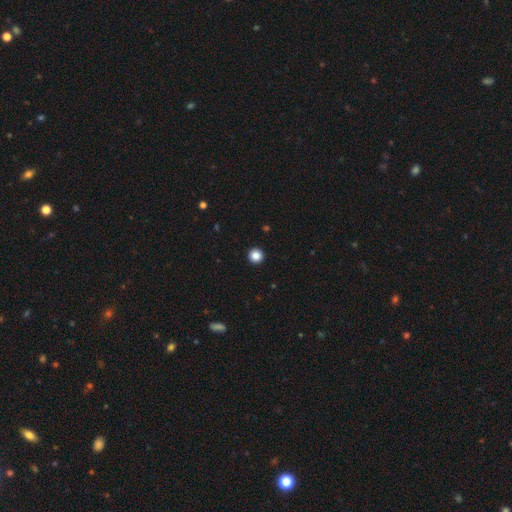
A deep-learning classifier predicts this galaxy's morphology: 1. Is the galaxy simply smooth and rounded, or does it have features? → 86% smooth, 11% star or artifact, 3% featured or disk.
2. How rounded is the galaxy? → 96% round, 3% in between, 1% cigar-shaped.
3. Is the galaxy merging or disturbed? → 94% none, 3% minor disturbance, 1% major disturbance, 1% merger.